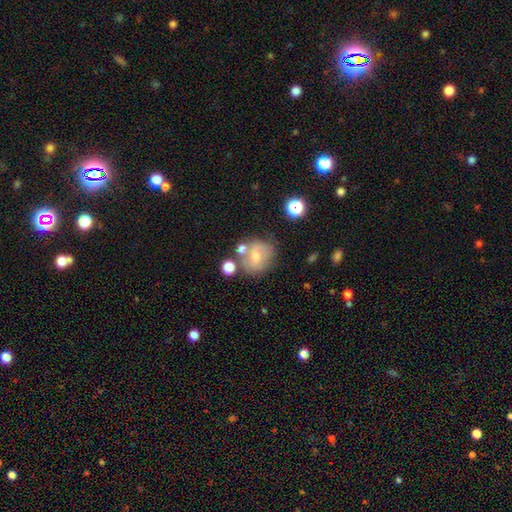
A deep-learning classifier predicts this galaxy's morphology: A smooth galaxy with no disk features (54%) that is round (76%).

Vote fractions:
- Smooth or featured? smooth: 54% / featured or disk: 34% / star or artifact: 12%
- How rounded? round: 76% / in between: 23% / cigar-shaped: 1%
- Merging? none: 49% / merger: 20% / minor disturbance: 20% / major disturbance: 11%